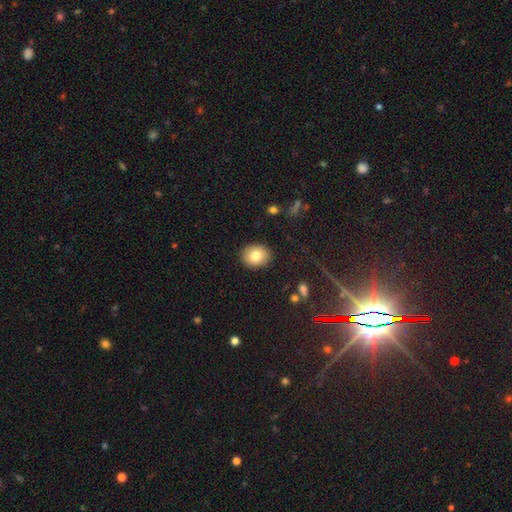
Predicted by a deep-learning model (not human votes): Smooth or featured: smooth — 80% (featured or disk — 11%)
How rounded: round — 51% (in between — 48%)
Merging: none — 89% (minor disturbance — 7%)